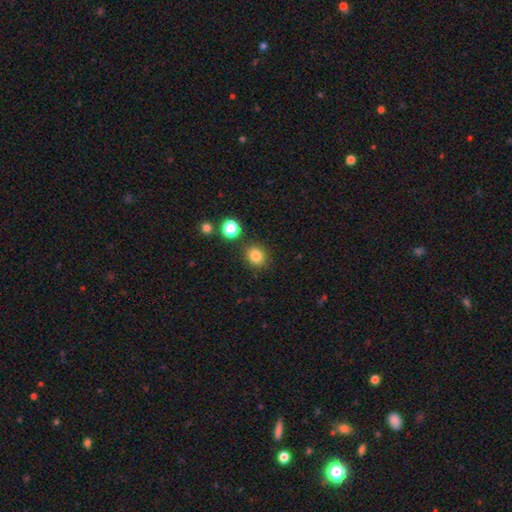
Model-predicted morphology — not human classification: This is clearly a smooth galaxy (83%). How rounded: likely round (68%). Merging: clearly none (85%).